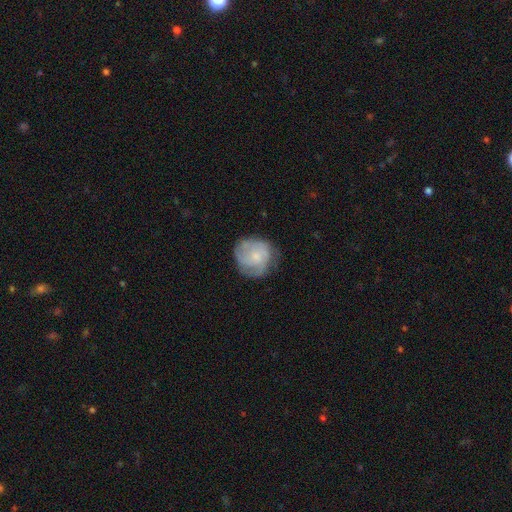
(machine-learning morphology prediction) smooth_or_featured: featured or disk (p=0.58) [alt: smooth p=0.35]
disk_edge_on: no (p=0.98) [alt: yes p=0.02]
bar: no (p=0.78) [alt: weak p=0.20]
has_spiral_arms: yes (p=0.86) [alt: no p=0.14]
bulge_size: small (p=0.50) [alt: moderate p=0.32]
merging: none (p=0.69) [alt: minor disturbance p=0.22]